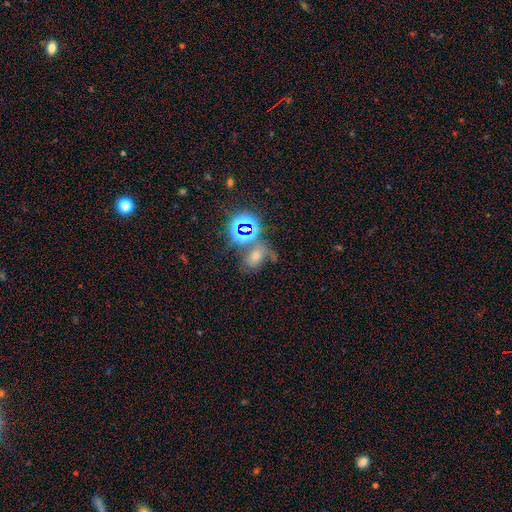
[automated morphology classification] This appears to be a star or artifact, not a galaxy (52%).